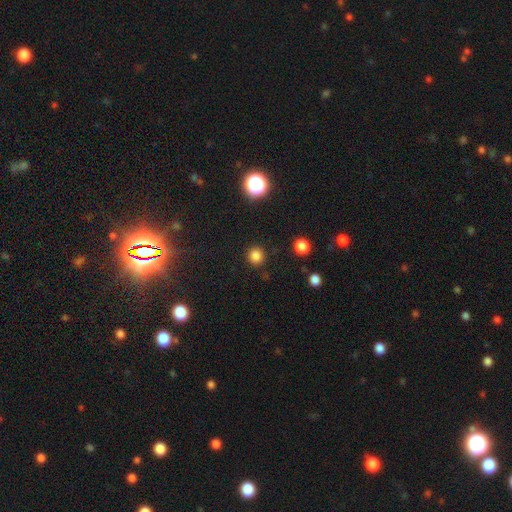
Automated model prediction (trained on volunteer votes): Smooth or featured?
  - smooth: 82% *
  - star or artifact: 14%
  - featured or disk: 4%
How rounded?
  - round: 93% *
  - in between: 6%
  - cigar-shaped: 1%
Merging?
  - none: 91% *
  - minor disturbance: 6%
  - major disturbance: 2%
  - merger: 1%